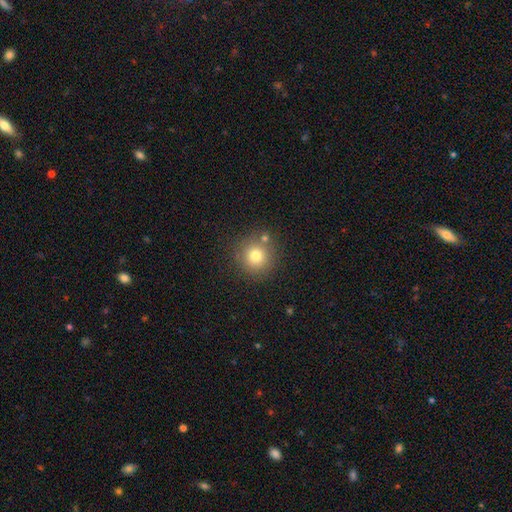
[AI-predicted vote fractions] Q: Smooth or featured?
A: smooth (76%); runner-up: star or artifact (13%)
Q: How rounded?
A: round (93%); runner-up: in between (6%)
Q: Merging?
A: none (78%); runner-up: minor disturbance (9%)